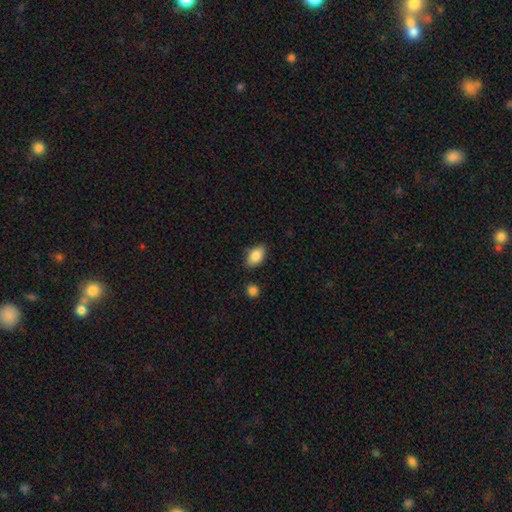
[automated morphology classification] This is clearly a smooth galaxy (86%). How rounded: clearly in between (91%). Merging: clearly none (82%).